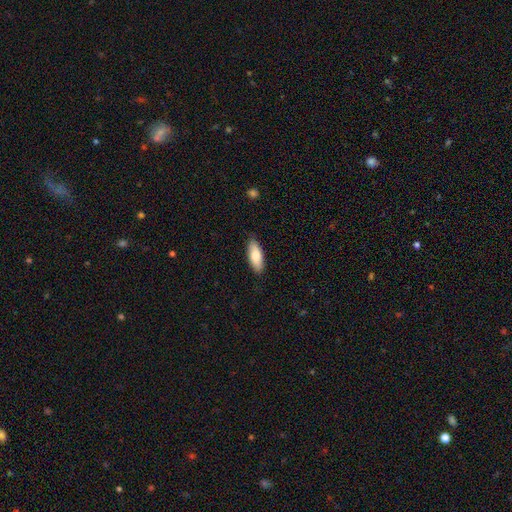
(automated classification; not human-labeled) A smooth galaxy with no disk features (79%) that is in between round and cigar-shaped (73%).

Vote fractions:
- Smooth or featured? smooth: 79% / featured or disk: 15% / star or artifact: 6%
- How rounded? in between: 73% / cigar-shaped: 25% / round: 2%
- Merging? none: 87% / minor disturbance: 10% / major disturbance: 2% / merger: 1%